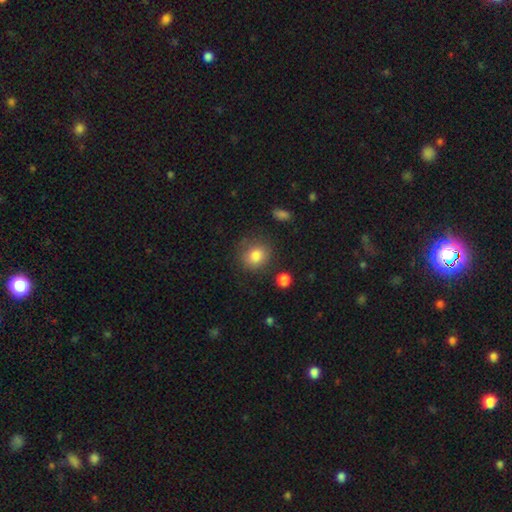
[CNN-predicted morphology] A smooth galaxy with no disk features (83%) that is round (74%).

Vote fractions:
- Smooth or featured? smooth: 83% / star or artifact: 9% / featured or disk: 7%
- How rounded? round: 74% / in between: 25% / cigar-shaped: 1%
- Merging? none: 77% / minor disturbance: 14% / major disturbance: 5% / merger: 3%